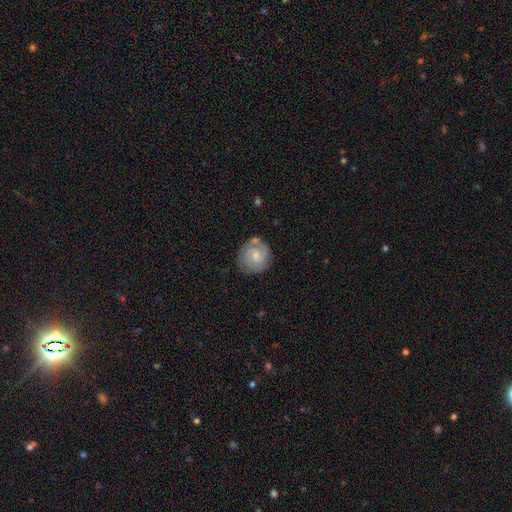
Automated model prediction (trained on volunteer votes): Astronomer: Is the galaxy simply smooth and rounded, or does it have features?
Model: featured or disk — 74%.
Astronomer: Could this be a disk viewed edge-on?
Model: no — 98%.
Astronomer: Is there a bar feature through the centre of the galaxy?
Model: weak — 49% (runner-up: no, 44%).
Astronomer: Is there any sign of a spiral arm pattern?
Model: yes — 95%.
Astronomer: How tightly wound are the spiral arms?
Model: tight — 55% (runner-up: medium, 36%).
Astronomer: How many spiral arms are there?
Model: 2 — 74%.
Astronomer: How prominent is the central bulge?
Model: small — 54% (runner-up: moderate, 35%).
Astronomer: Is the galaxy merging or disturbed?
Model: none — 74%.